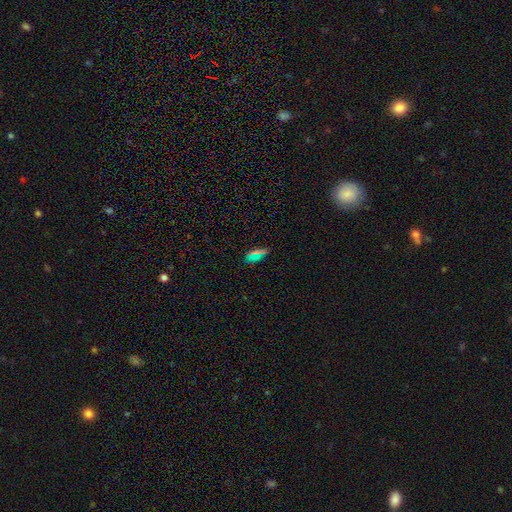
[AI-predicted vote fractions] Smooth or featured? Predicted: smooth (p=0.58). How rounded? Predicted: in between (p=0.80). Merging? Predicted: none (p=0.74).